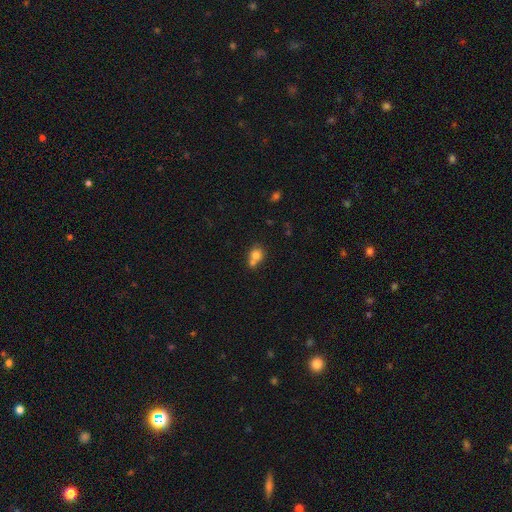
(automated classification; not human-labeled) Q: Smooth or featured?
A: smooth (76%); runner-up: featured or disk (12%)
Q: How rounded?
A: round (78%); runner-up: in between (21%)
Q: Merging?
A: merger (49%); runner-up: none (39%)